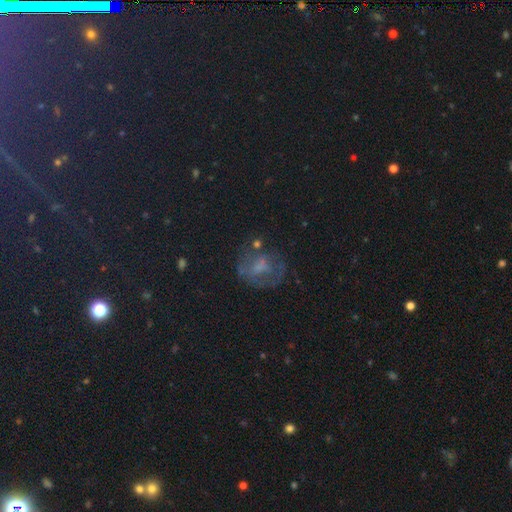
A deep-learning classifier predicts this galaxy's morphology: type=star or artifact (46%).